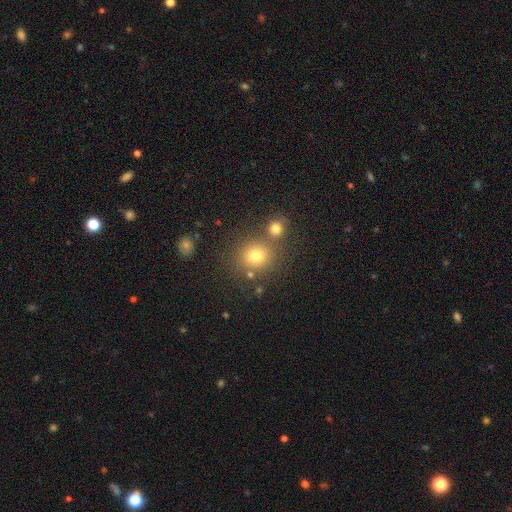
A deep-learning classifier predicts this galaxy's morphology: smooth_or_featured: smooth (p=0.77) [alt: star or artifact p=0.15]
how_rounded: round (p=0.86) [alt: in between p=0.13]
merging: none (p=0.69) [alt: merger p=0.18]